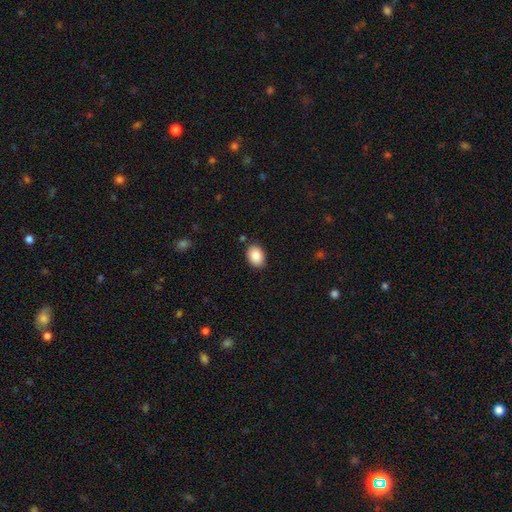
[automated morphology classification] Overall: smooth (88%). How rounded: in between (79%). Merging: none (86%).